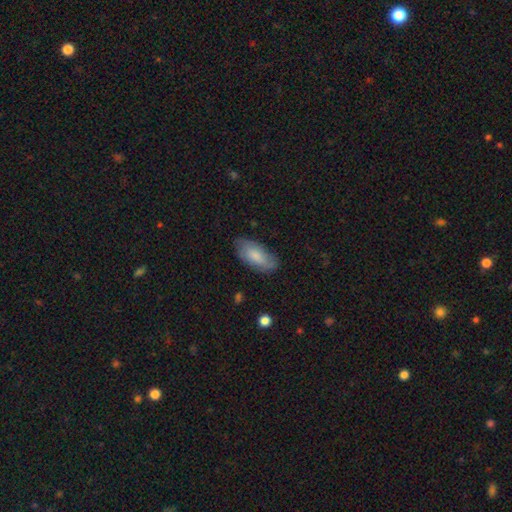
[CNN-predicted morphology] Smooth or featured?
  - smooth: 75% *
  - featured or disk: 19%
  - star or artifact: 6%
How rounded?
  - in between: 88% *
  - cigar-shaped: 10%
  - round: 2%
Merging?
  - none: 77% *
  - minor disturbance: 18%
  - major disturbance: 4%
  - merger: 1%